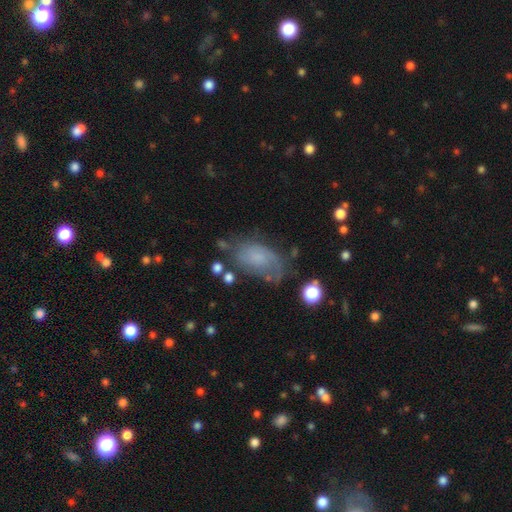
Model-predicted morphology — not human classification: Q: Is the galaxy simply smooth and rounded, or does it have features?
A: smooth — 47%.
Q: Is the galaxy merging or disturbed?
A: none — 53%.